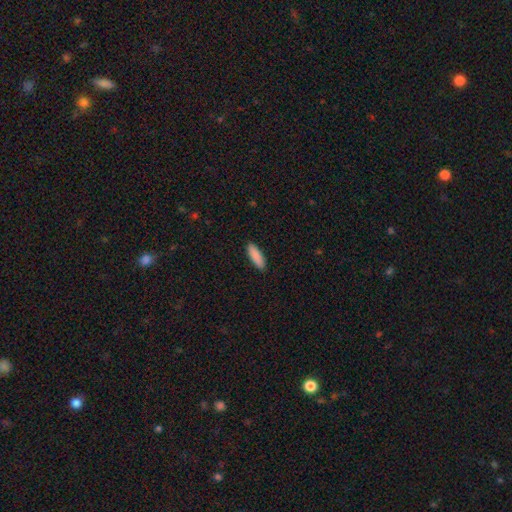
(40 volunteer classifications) This is clearly a smooth galaxy (95%). How rounded: likely cigar-shaped (68%). Merging: clearly none (87%).